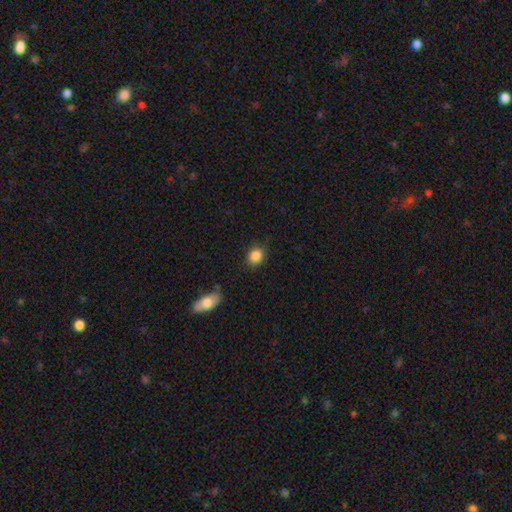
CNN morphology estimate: Smooth or featured: smooth — 86% (star or artifact — 9%)
How rounded: round — 60% (in between — 38%)
Merging: none — 85% (minor disturbance — 10%)